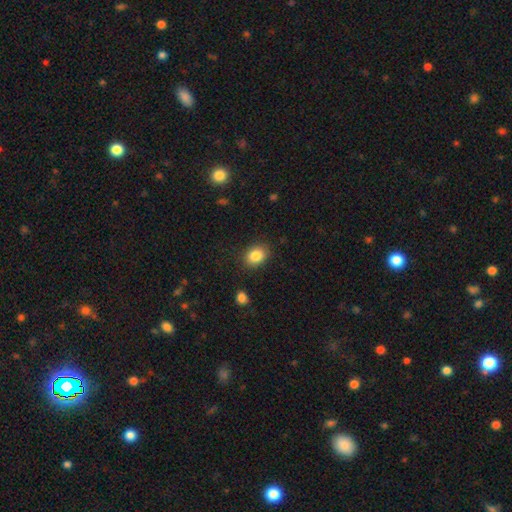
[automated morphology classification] Q: Smooth or featured?
A: smooth (85%); runner-up: star or artifact (9%)
Q: How rounded?
A: in between (60%); runner-up: round (39%)
Q: Merging?
A: none (86%); runner-up: minor disturbance (10%)